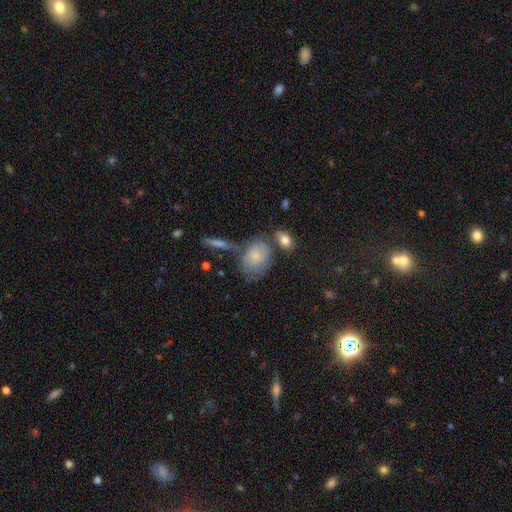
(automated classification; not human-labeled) Smooth or featured? smooth (73%)
How rounded? in between (65%)
Merging? none (46%)